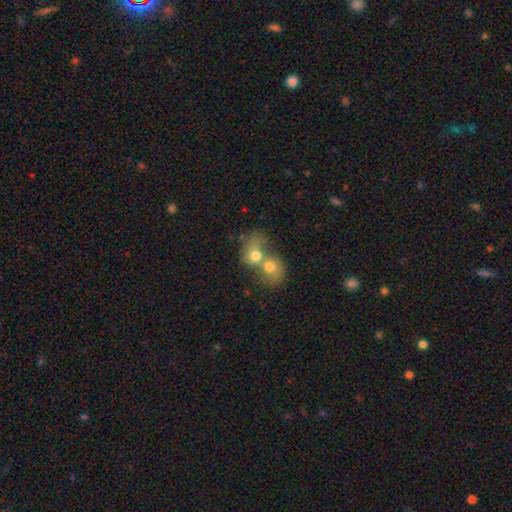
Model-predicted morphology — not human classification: smooth_or_featured: smooth (p=0.66) [alt: featured or disk p=0.25]
how_rounded: round (p=0.58) [alt: in between p=0.40]
merging: merger (p=0.81) [alt: none p=0.10]